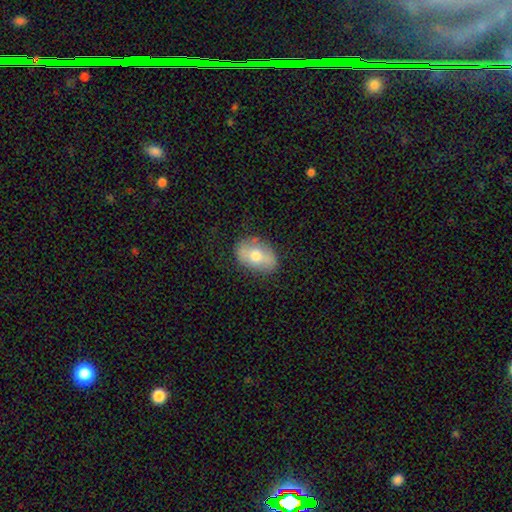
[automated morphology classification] The model was most divided on "smooth or featured": smooth: 62%, featured or disk: 31%, star or artifact: 7%. More confident: how rounded — in between (85%); merging — none (80%).